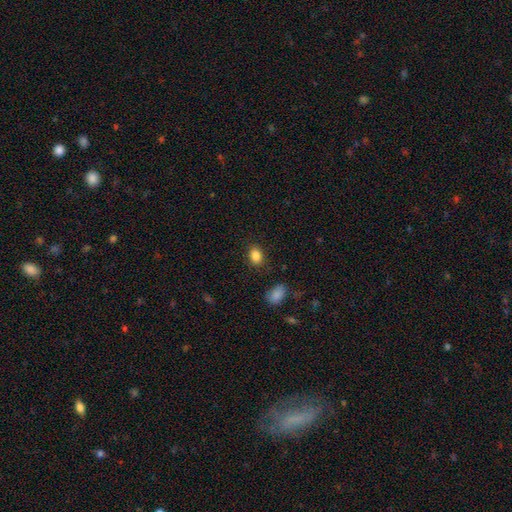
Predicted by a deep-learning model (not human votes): Smooth or featured: smooth — 86% (star or artifact — 9%)
How rounded: in between — 73% (round — 26%)
Merging: none — 85% (minor disturbance — 10%)